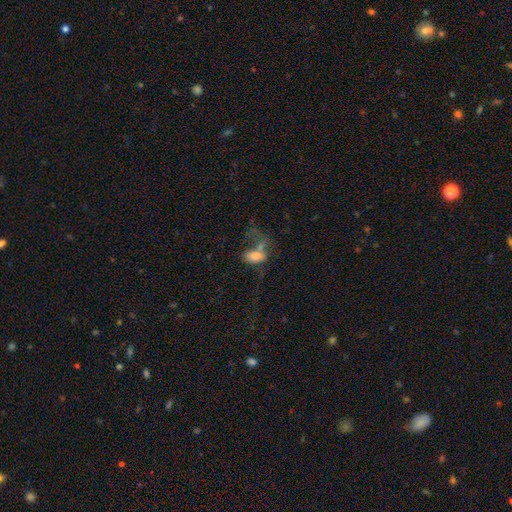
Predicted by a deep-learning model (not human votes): This appears to be a smooth galaxy with no disk features (68%) that is in between round and cigar-shaped (88%). Merging: merger (35%).